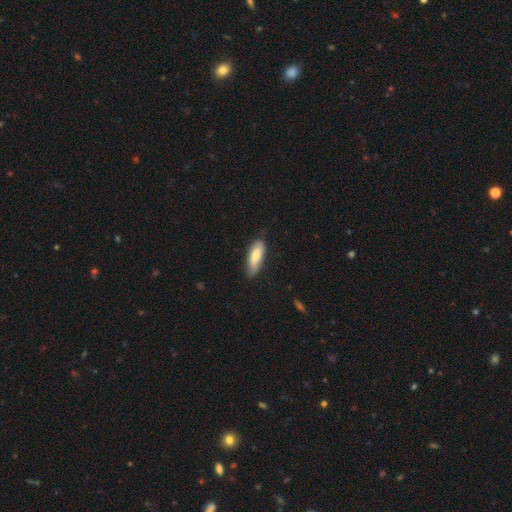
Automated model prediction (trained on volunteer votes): smooth-or-featured: smooth: 77% | featured or disk: 17% | star or artifact: 6%
  how-rounded: in between: 61% | cigar-shaped: 37% | round: 2%
  merging: none: 70% | minor disturbance: 25% | major disturbance: 4% | merger: 1%